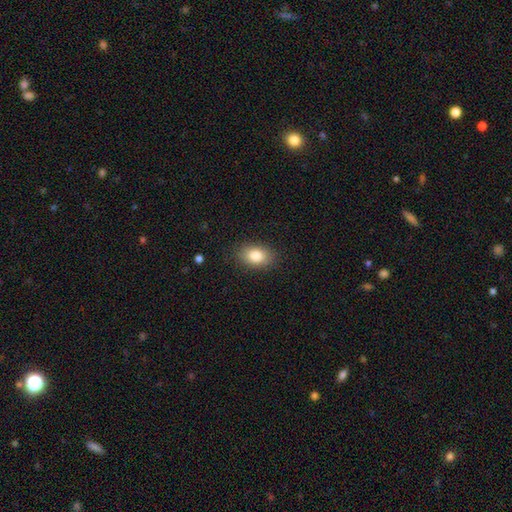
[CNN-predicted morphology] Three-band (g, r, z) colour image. It shows a smooth galaxy with no disk features (84%) that is in between round and cigar-shaped (86%). Merging: none (87%).